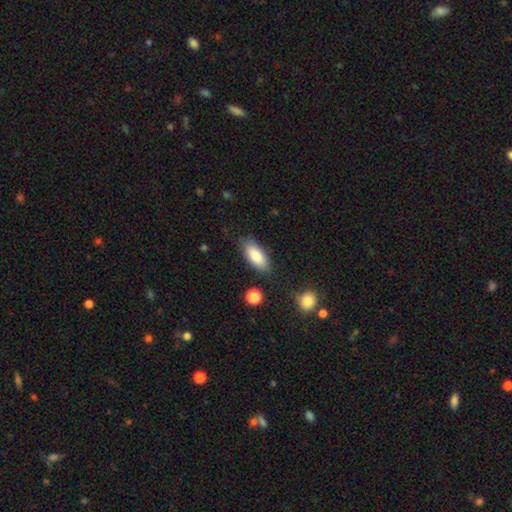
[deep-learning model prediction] A smooth galaxy with no disk features (84%) that is in between round and cigar-shaped (83%).

Vote fractions:
- Smooth or featured? smooth: 84% / featured or disk: 9% / star or artifact: 7%
- How rounded? in between: 83% / cigar-shaped: 14% / round: 2%
- Merging? none: 81% / minor disturbance: 13% / major disturbance: 3% / merger: 3%